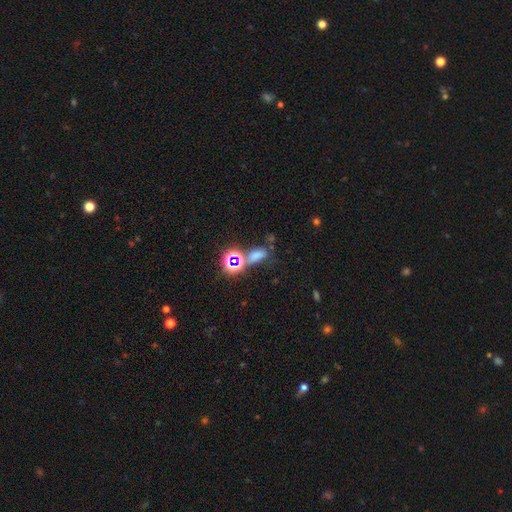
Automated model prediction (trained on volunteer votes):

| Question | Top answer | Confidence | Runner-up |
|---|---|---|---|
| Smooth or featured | smooth | 54% | star or artifact (37%) |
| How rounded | in between | 70% | round (16%) |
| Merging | none | 52% | merger (23%) |